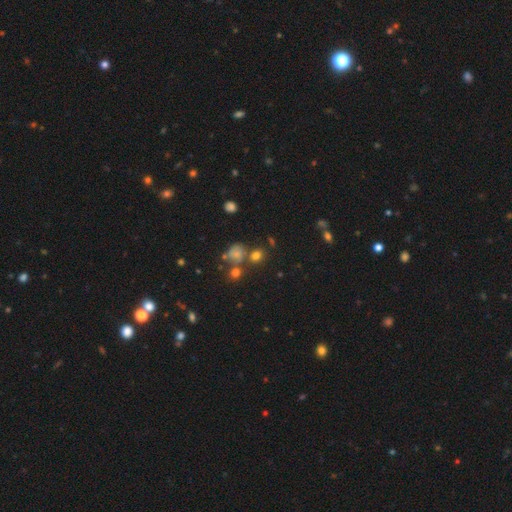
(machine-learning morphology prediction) smooth_or_featured: smooth (p=0.60) [alt: star or artifact p=0.31]
how_rounded: round (p=0.82) [alt: in between p=0.17]
merging: none (p=0.67) [alt: merger p=0.18]